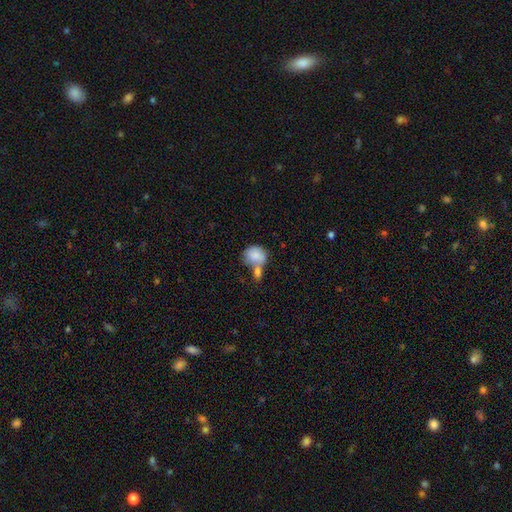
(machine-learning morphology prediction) smooth_or_featured: smooth (p=0.82) [alt: featured or disk p=0.11]
how_rounded: round (p=0.58) [alt: in between p=0.40]
merging: merger (p=0.49) [alt: none p=0.29]